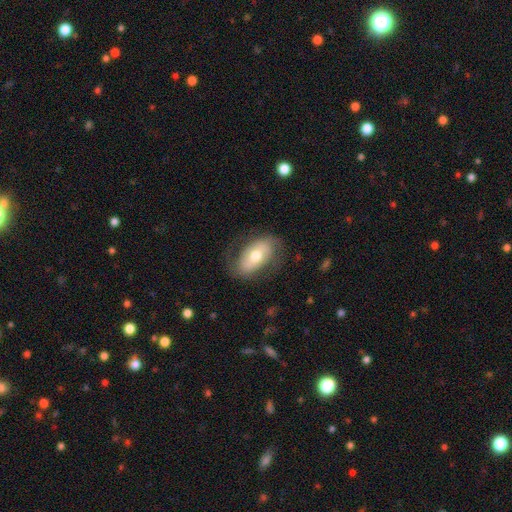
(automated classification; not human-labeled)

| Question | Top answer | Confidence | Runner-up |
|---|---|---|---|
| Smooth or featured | featured or disk | 50% | smooth (44%) |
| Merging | none | 70% | minor disturbance (18%) |